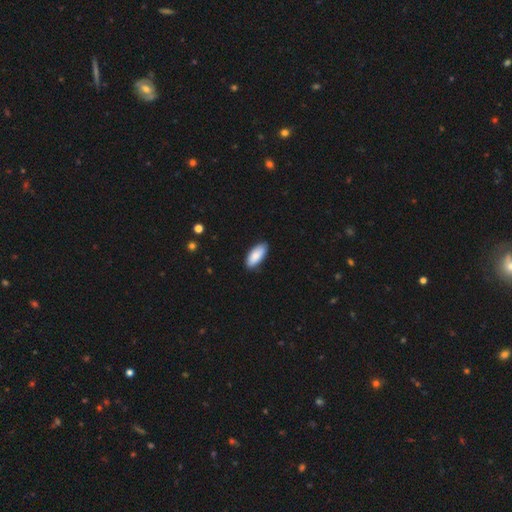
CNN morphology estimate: smooth 86%, featured or disk 9%, star or artifact 6%. Down the decision tree: how rounded — in between (87%); merging — none (86%).